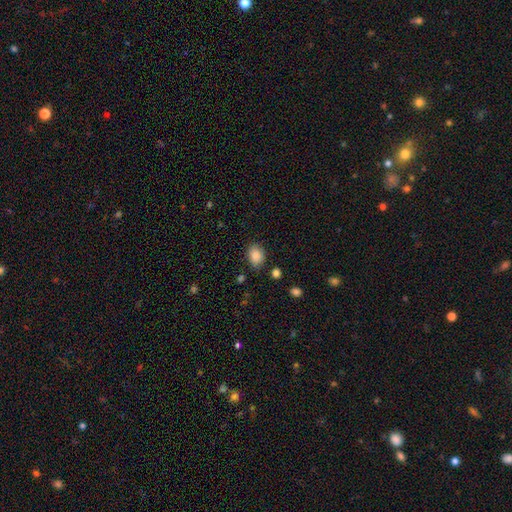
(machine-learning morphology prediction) Smooth or featured?
  - smooth: 87% *
  - star or artifact: 9%
  - featured or disk: 4%
How rounded?
  - in between: 70% *
  - round: 29%
  - cigar-shaped: 1%
Merging?
  - none: 77% *
  - minor disturbance: 16%
  - major disturbance: 4%
  - merger: 2%